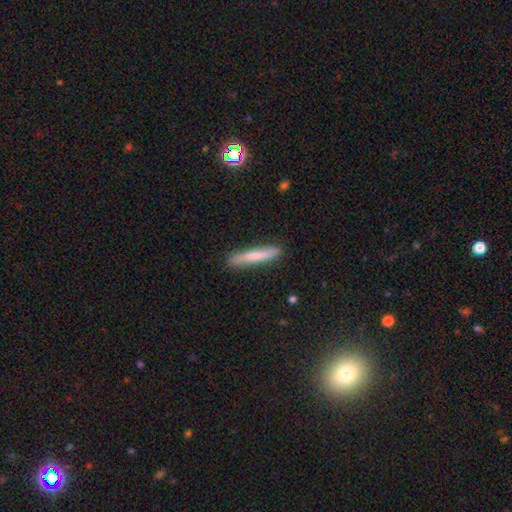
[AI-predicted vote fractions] A smooth galaxy with no disk features (71%) that is cigar-shaped (94%).

Vote fractions:
- Smooth or featured? smooth: 71% / featured or disk: 23% / star or artifact: 6%
- How rounded? cigar-shaped: 94% / in between: 5% / round: 1%
- Merging? none: 87% / minor disturbance: 10% / major disturbance: 2% / merger: 1%